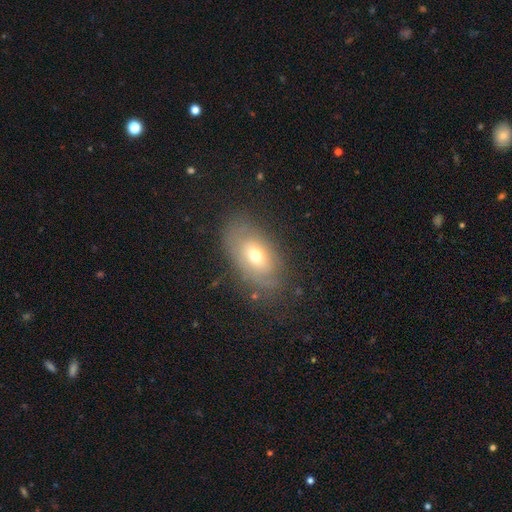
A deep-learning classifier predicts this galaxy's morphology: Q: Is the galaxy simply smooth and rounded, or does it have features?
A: smooth — 54%.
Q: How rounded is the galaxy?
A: in between — 88%.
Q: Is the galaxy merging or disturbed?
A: none — 74%.